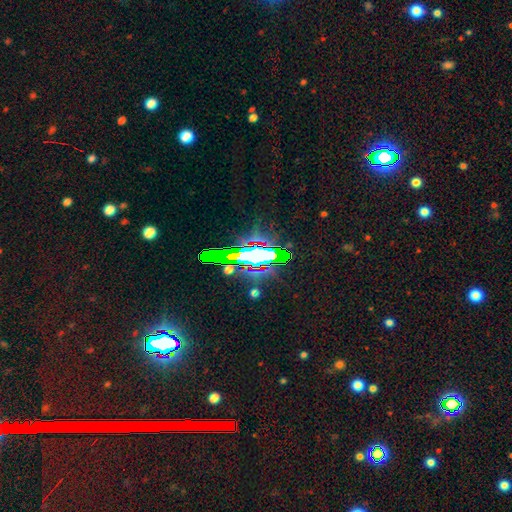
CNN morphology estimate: smooth_or_featured: star or artifact (p=0.56) [alt: featured or disk p=0.24]